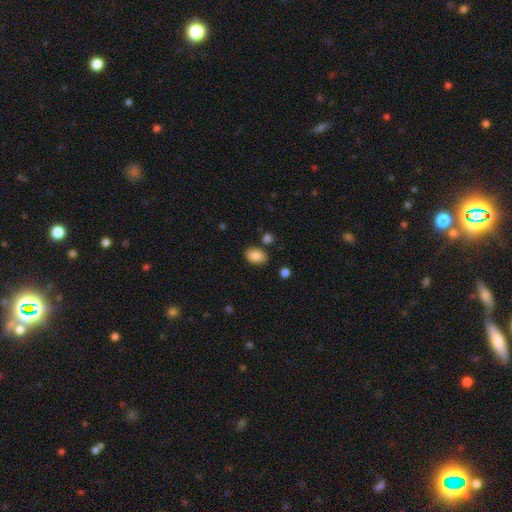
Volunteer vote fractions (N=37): This appears to be a smooth galaxy with no disk features (92%) that is in between round and cigar-shaped (85%). Merging: none (82%).